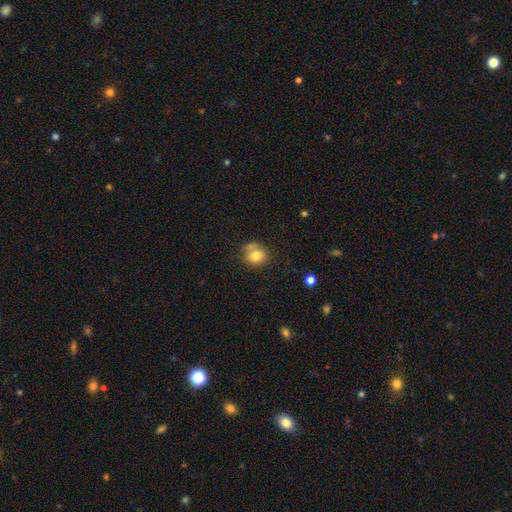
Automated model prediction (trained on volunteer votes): This is likely a smooth galaxy (80%). How rounded: likely round (69%). Merging: possibly none (56%).